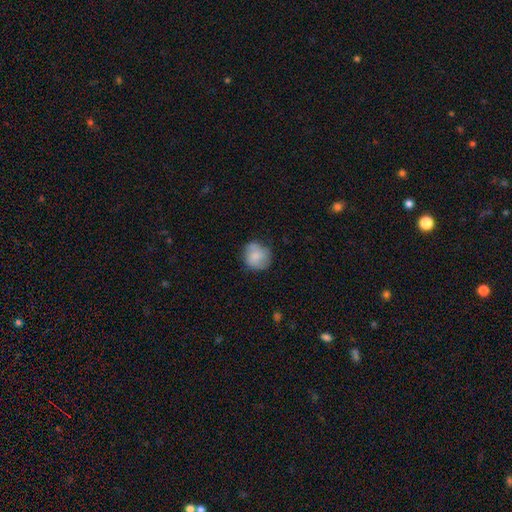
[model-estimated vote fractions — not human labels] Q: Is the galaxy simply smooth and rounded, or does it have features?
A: smooth — 74%.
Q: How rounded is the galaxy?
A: round — 84%.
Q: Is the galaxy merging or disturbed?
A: none — 69%.